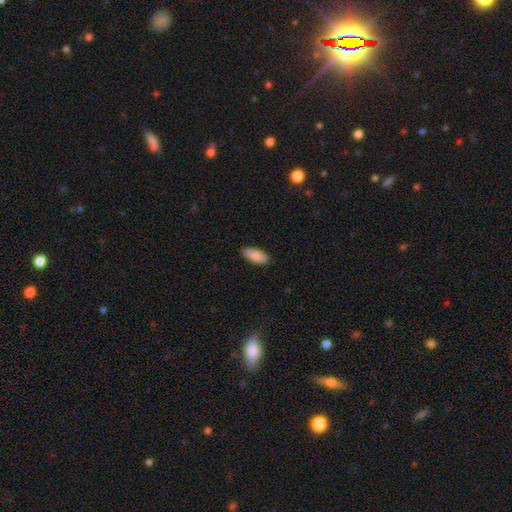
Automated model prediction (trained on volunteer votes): Smooth or featured?
  - smooth: 88% *
  - star or artifact: 6%
  - featured or disk: 6%
How rounded?
  - in between: 84% *
  - cigar-shaped: 14%
  - round: 2%
Merging?
  - none: 88% *
  - minor disturbance: 9%
  - major disturbance: 2%
  - merger: 1%